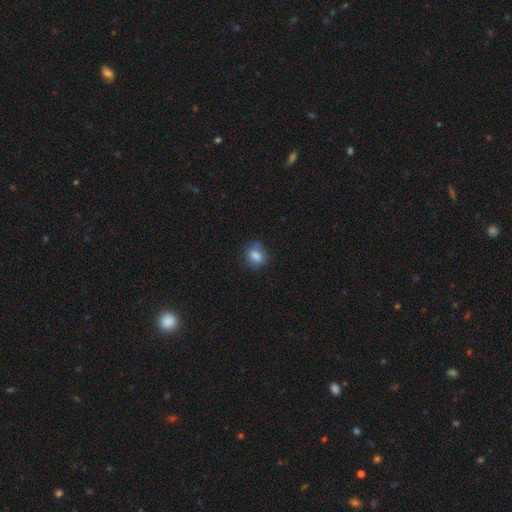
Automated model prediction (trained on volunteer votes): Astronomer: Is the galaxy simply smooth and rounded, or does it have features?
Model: smooth — 82%.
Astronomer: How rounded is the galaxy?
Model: round — 54% (runner-up: in between, 45%).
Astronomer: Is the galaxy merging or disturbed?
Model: none — 70%.